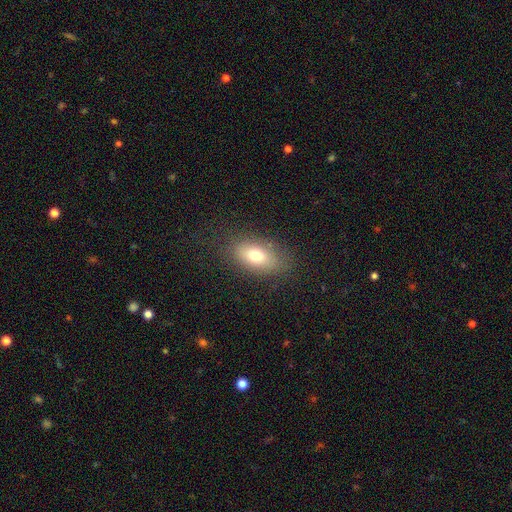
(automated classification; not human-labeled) This appears to be a smooth galaxy with no disk features (73%) that is in between round and cigar-shaped (86%). Merging: none (81%).